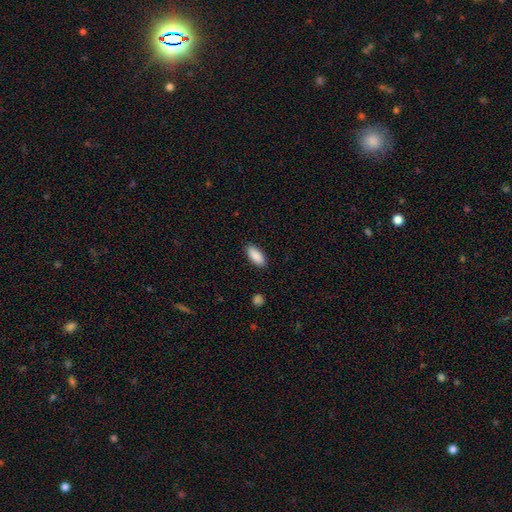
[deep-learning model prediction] Q: Smooth or featured?
A: smooth (90%); runner-up: star or artifact (6%)
Q: How rounded?
A: in between (84%); runner-up: cigar-shaped (14%)
Q: Merging?
A: none (88%); runner-up: minor disturbance (9%)